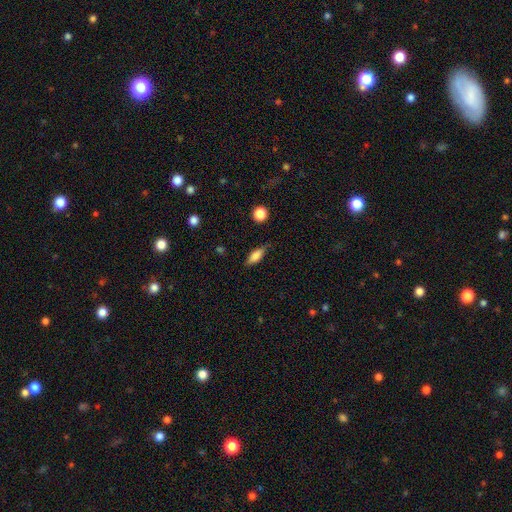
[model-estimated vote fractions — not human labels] Smooth or featured? smooth (76%)
How rounded? in between (67%)
Merging? none (75%)